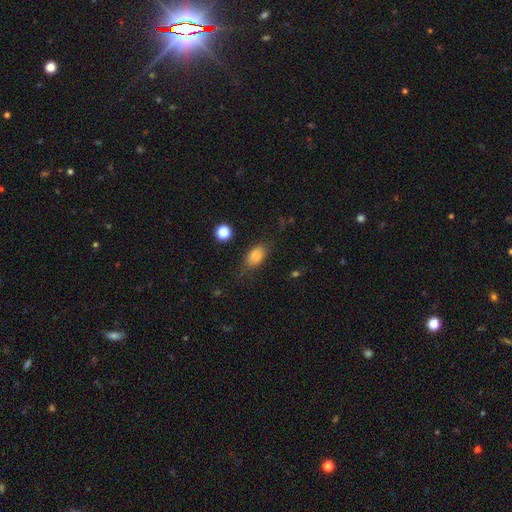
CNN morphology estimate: Smooth or featured? smooth (80%)
How rounded? in between (84%)
Merging? none (64%)